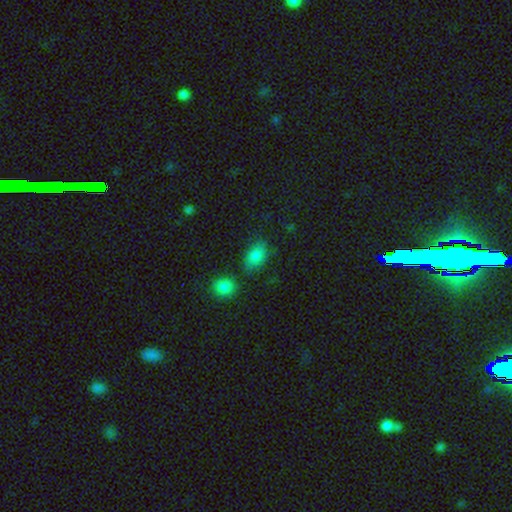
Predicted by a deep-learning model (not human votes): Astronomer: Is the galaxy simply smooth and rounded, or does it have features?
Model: smooth — 83%.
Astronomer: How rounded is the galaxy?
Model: in between — 87%.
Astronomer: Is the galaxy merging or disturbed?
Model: none — 70%.